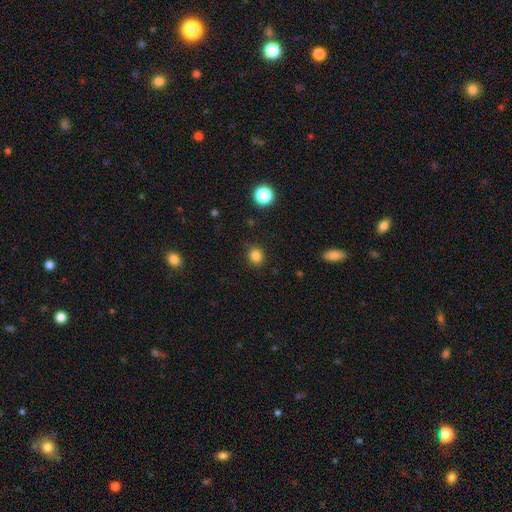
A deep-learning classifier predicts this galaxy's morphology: smooth 83%, star or artifact 12%, featured or disk 4%. Down the decision tree: how rounded — round (83%); merging — none (88%).